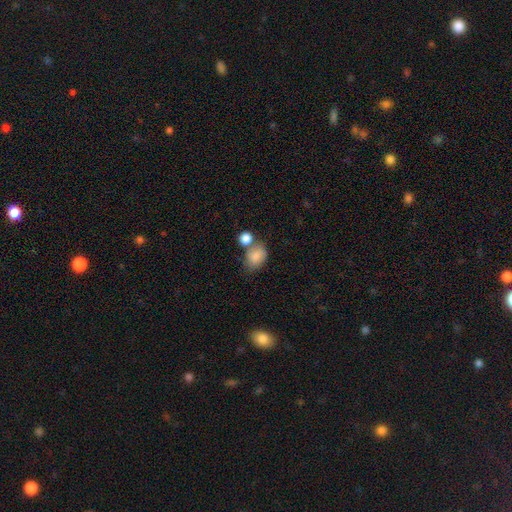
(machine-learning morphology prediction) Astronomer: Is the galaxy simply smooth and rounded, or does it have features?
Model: smooth — 83%.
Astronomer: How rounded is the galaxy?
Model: in between — 65%.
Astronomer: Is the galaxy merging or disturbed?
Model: none — 46% (runner-up: merger, 30%).